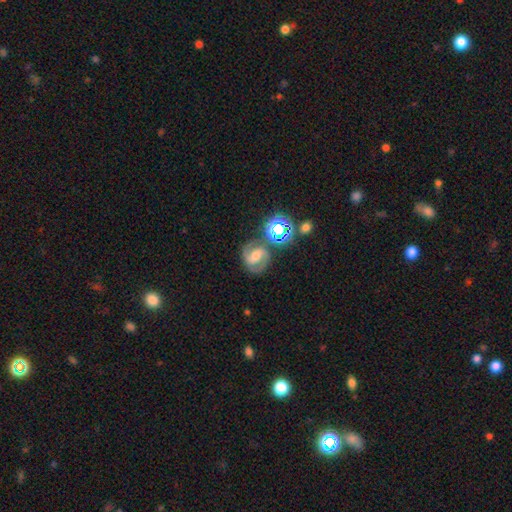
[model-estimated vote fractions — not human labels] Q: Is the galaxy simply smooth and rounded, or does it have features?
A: featured or disk — 76%.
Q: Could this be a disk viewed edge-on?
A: no — 98%.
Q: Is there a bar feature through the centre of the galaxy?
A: weak — 45%.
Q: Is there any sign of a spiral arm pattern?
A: yes — 95%.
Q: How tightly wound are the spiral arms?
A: medium — 58%.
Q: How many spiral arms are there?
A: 2 — 91%.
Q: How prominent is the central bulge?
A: moderate — 54%.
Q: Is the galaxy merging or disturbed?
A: none — 75%.